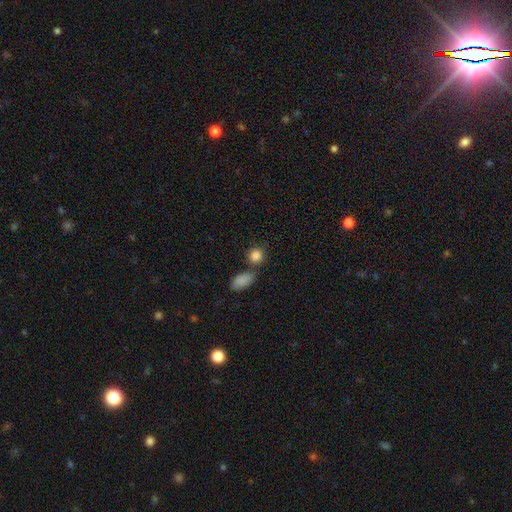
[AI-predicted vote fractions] Smooth or featured? smooth (86%)
How rounded? round (73%)
Merging? none (64%)